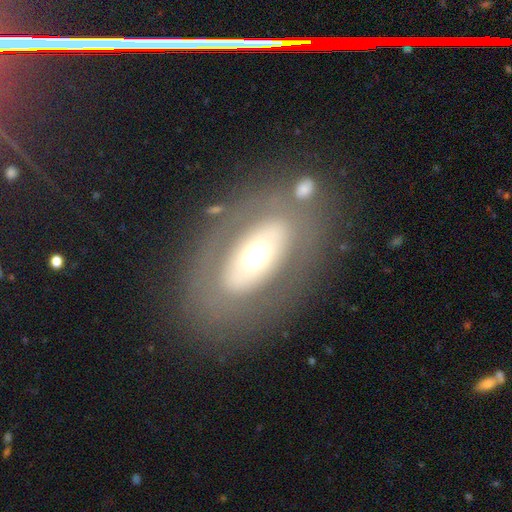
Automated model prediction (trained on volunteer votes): smooth-or-featured: featured or disk: 56% | smooth: 36% | star or artifact: 7%
  disk-edge-on: no: 89% | yes: 11%
  merging: none: 76% | minor disturbance: 12% | major disturbance: 8% | merger: 4%